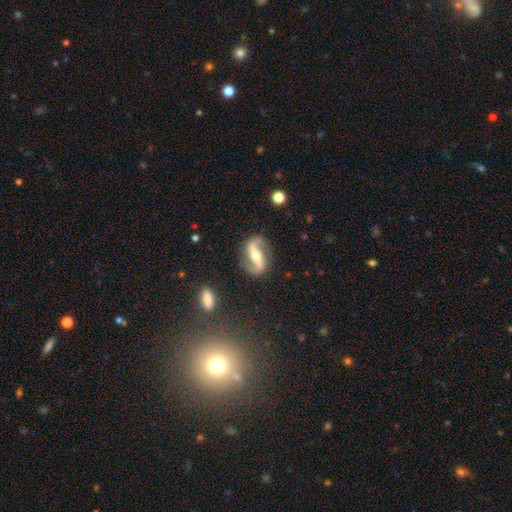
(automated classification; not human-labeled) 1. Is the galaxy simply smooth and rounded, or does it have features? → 87% featured or disk, 8% smooth, 5% star or artifact.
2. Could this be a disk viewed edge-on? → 94% no, 6% yes.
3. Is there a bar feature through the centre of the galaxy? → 53% strong, 26% weak, 21% no.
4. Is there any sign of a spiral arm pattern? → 95% yes, 5% no.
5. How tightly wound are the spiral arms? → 68% loose, 25% medium, 8% tight.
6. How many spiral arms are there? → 93% 2, 2% 1, 2% can't tell, 1% 3, 1% 4, 1% more than 4.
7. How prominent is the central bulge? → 60% moderate, 28% small, 8% large, 3% none, 2% dominant.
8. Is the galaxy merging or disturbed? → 82% none, 12% minor disturbance, 5% major disturbance, 2% merger.